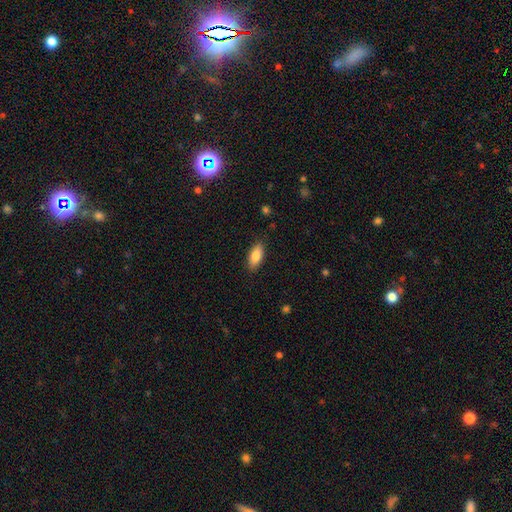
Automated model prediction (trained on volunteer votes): Smooth or featured? Predicted: smooth (p=0.84). How rounded? Predicted: in between (p=0.83). Merging? Predicted: none (p=0.87).